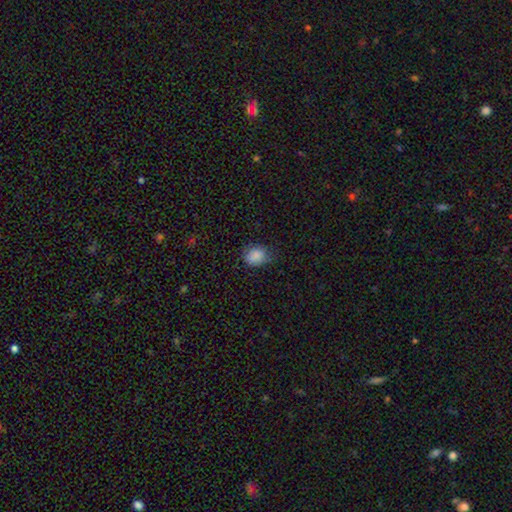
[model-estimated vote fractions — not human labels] This appears to be a smooth galaxy with no disk features (86%) that is round (52%). Merging: none (70%).